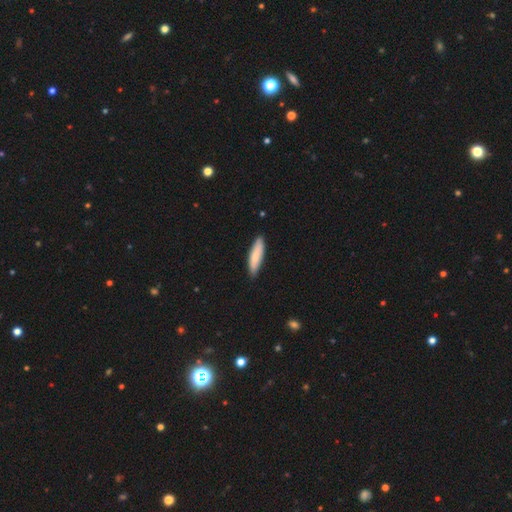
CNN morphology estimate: smooth-or-featured: smooth: 81% | featured or disk: 14% | star or artifact: 5%
  how-rounded: cigar-shaped: 70% | in between: 28% | round: 1%
  merging: none: 86% | minor disturbance: 12% | major disturbance: 2% | merger: 1%